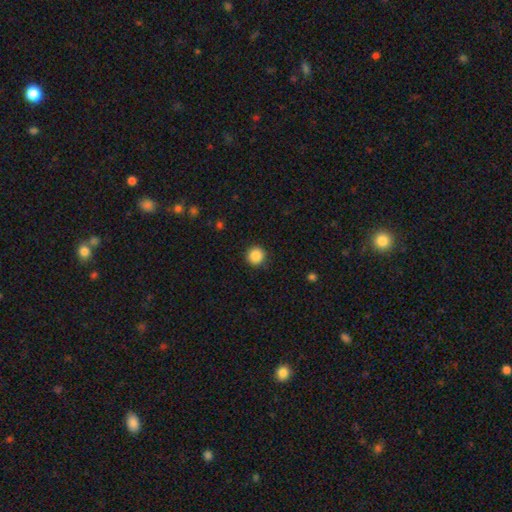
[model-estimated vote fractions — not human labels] A smooth galaxy with no disk features (87%) that is round (95%). Merging: none (91%).